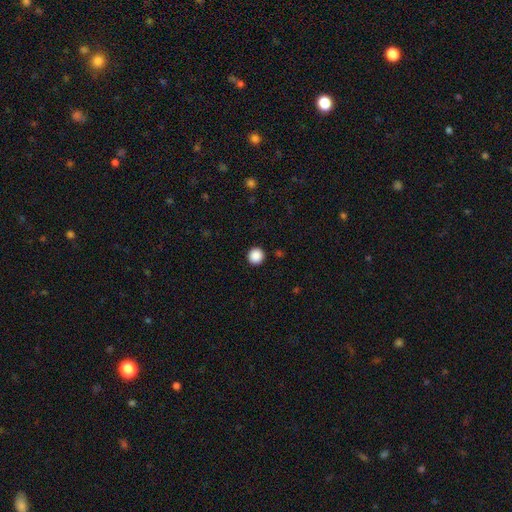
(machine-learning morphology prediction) This appears to be a smooth galaxy with no disk features (89%) that is round (95%). Merging: none (93%).